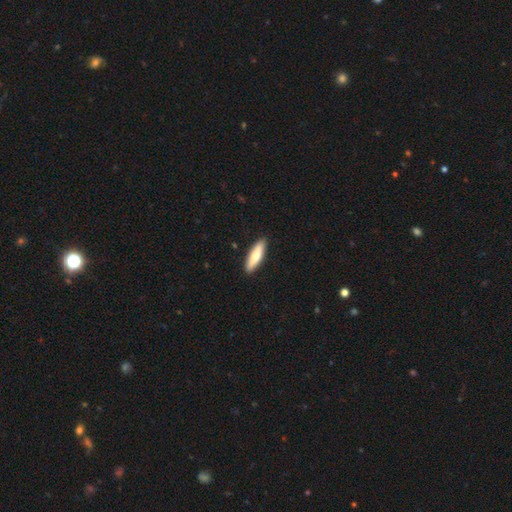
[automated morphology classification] Overall: smooth (70%). How rounded: cigar-shaped (68%; in between 30%). Merging: none (90%).